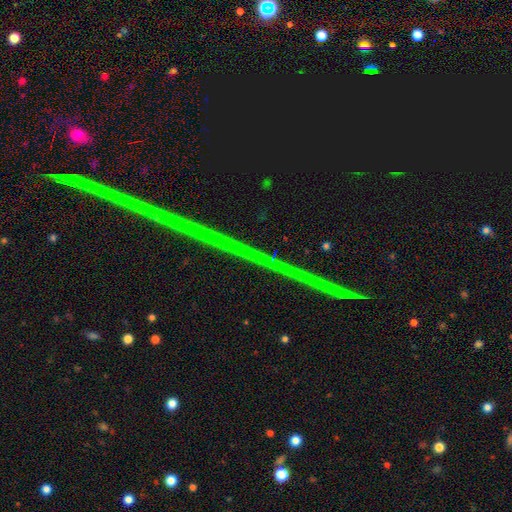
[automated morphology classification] Smooth or featured?
  - star or artifact: 88% *
  - featured or disk: 8%
  - smooth: 4%